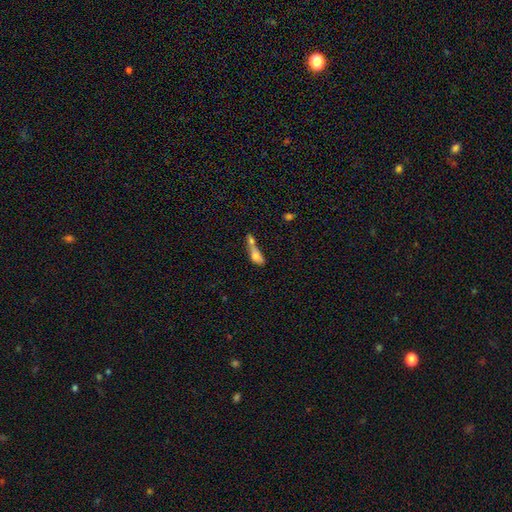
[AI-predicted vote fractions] Smooth or featured: smooth — 67% (featured or disk — 24%)
How rounded: in between — 67% (cigar-shaped — 21%)
Merging: merger — 69% (none — 13%)